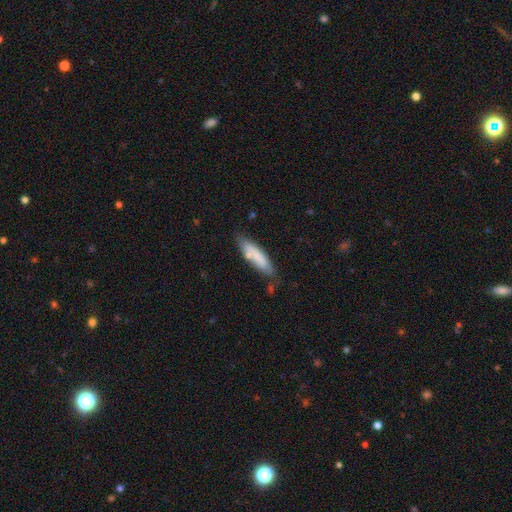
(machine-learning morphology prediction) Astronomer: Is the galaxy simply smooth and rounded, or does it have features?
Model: smooth — 76%.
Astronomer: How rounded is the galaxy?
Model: cigar-shaped — 68%.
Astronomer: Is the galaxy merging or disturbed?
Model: none — 67%.